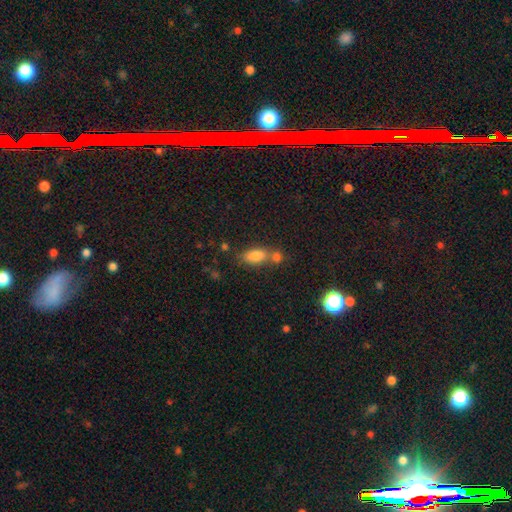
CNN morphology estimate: Overall: smooth (79%). How rounded: in between (82%). Merging: none (47%; merger 37%).